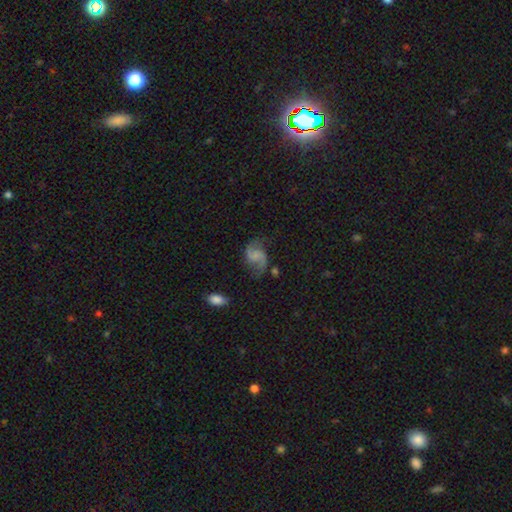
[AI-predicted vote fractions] smooth-or-featured: featured or disk: 79% | smooth: 14% | star or artifact: 7%
  disk-edge-on: no: 98% | yes: 2%
    bar: no: 52% | weak: 38% | strong: 10%
    has-spiral-arms: yes: 95% | no: 5%
      spiral-winding: loose: 63% | medium: 31% | tight: 6%
      spiral-arm-count: 2: 92% | 1: 3% | can't tell: 2% | 3: 1% | 4: 1% | more than 4: 1%
    bulge-size: none: 64% | small: 19% | moderate: 11% | large: 5% | dominant: 2%
  merging: none: 66% | minor disturbance: 20% | major disturbance: 11% | merger: 3%